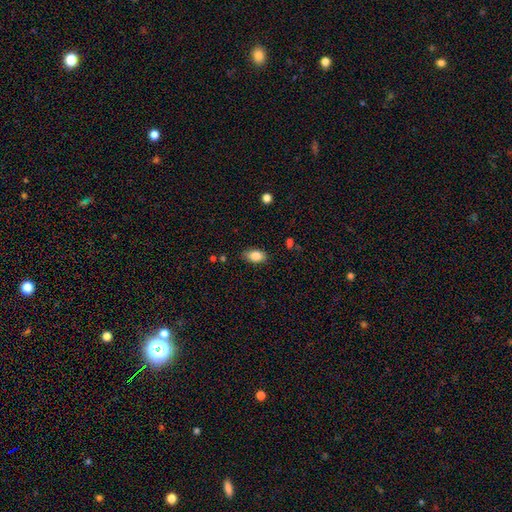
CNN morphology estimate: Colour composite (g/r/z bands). It shows a smooth galaxy with no disk features (85%) that is in between round and cigar-shaped (90%). Merging: none (82%).